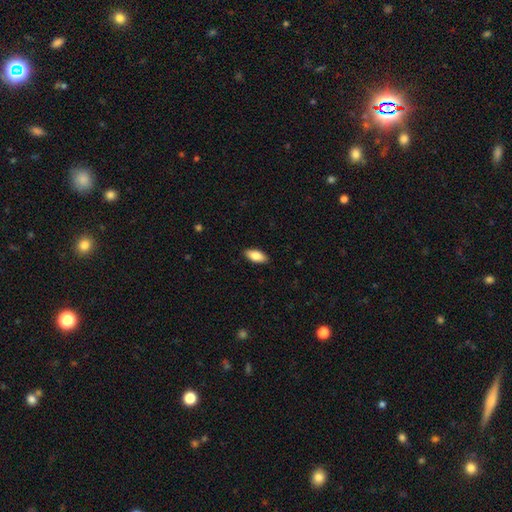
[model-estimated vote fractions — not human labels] smooth_or_featured: smooth (p=0.85) [alt: featured or disk p=0.09]
how_rounded: in between (p=0.90) [alt: cigar-shaped p=0.08]
merging: none (p=0.89) [alt: minor disturbance p=0.09]